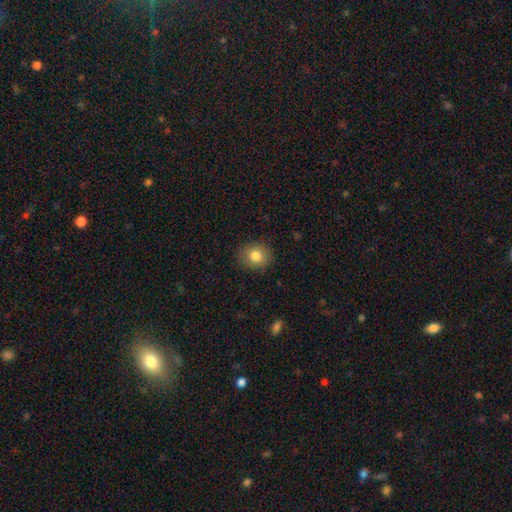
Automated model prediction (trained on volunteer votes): Smooth or featured: smooth — 81% (star or artifact — 10%)
How rounded: round — 72% (in between — 27%)
Merging: none — 88% (minor disturbance — 9%)